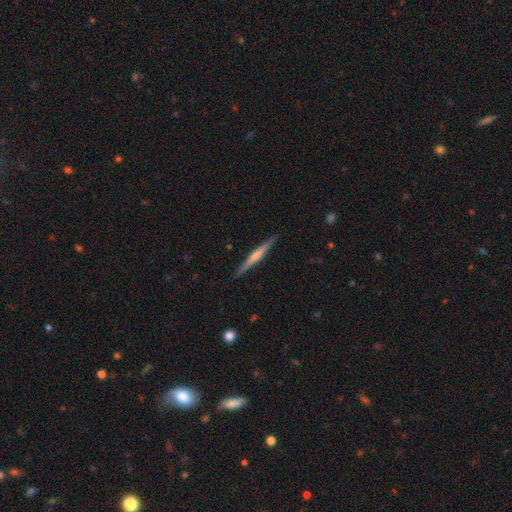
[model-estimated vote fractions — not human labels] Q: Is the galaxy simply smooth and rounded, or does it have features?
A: featured or disk — 56%.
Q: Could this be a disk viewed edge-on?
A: yes — 98%.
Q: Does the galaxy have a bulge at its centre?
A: none — 44%.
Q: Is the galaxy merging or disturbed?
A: none — 91%.